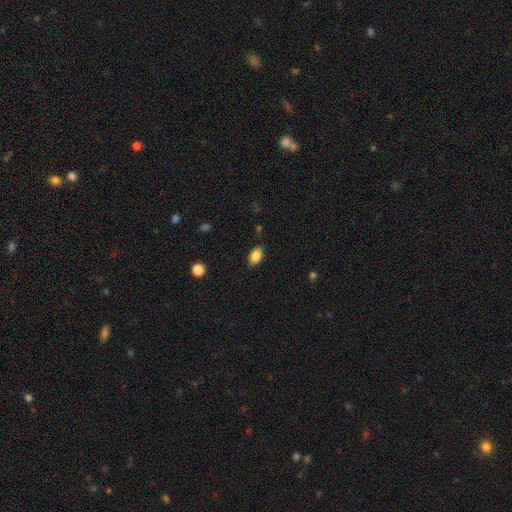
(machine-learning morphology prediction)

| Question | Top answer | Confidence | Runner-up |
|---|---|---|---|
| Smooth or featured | smooth | 86% | star or artifact (8%) |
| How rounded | in between | 89% | round (8%) |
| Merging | none | 83% | minor disturbance (13%) |